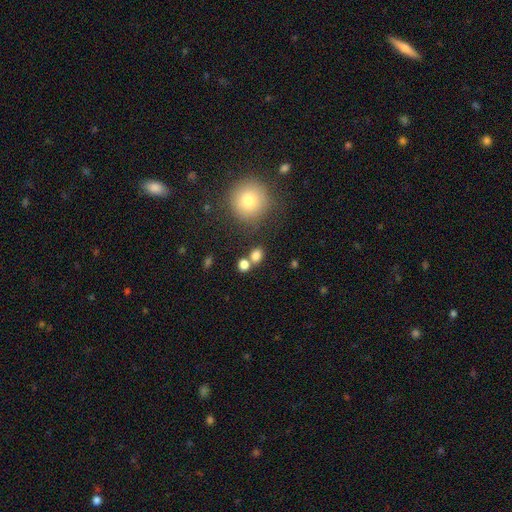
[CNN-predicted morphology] type=smooth (79%); roundness=round (56%); merging=none (58%).